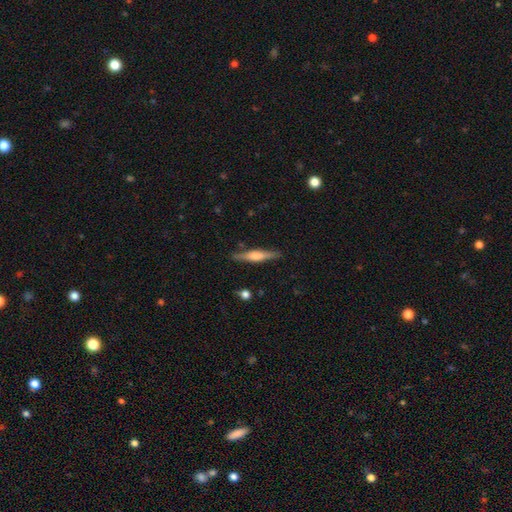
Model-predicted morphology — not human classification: Smooth or featured: featured or disk — 64% (smooth — 30%)
Edge-on disk: yes — 97% (no — 3%)
Edge-on bulge: rounded — 68% (boxy — 24%)
Merging: none — 88% (minor disturbance — 8%)